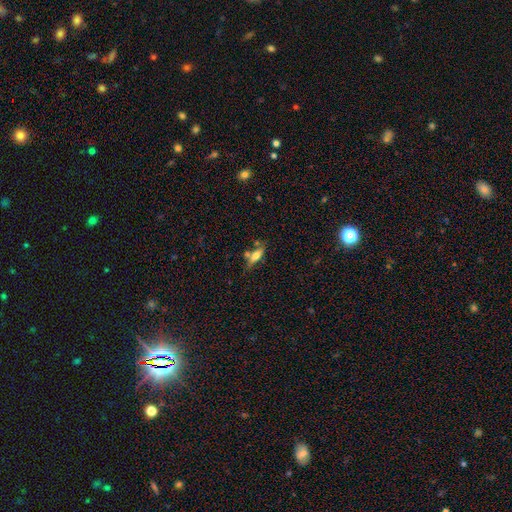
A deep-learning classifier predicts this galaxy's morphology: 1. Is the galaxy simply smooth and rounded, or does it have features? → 55% smooth, 36% featured or disk, 9% star or artifact.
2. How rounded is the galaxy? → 55% in between, 42% cigar-shaped, 4% round.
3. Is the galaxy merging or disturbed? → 55% none, 20% merger, 18% minor disturbance, 6% major disturbance.